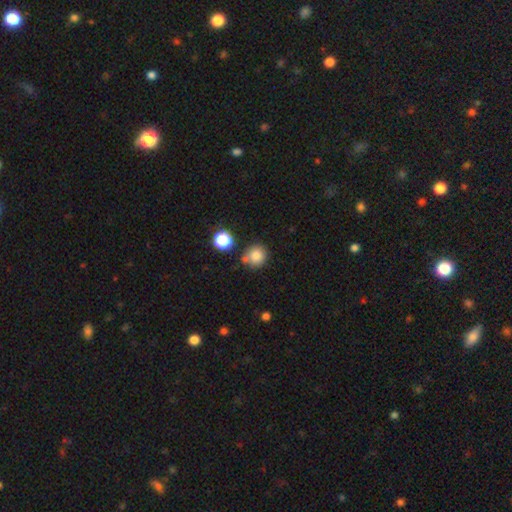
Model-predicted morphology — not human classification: smooth 82%, star or artifact 11%, featured or disk 6%. Down the decision tree: how rounded — round (91%); merging — none (71%).